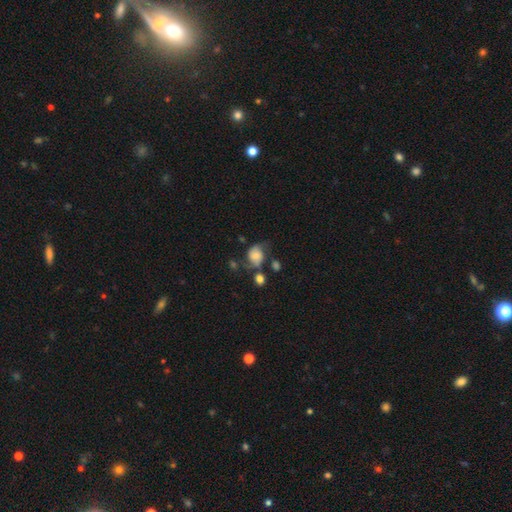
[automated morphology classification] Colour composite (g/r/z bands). It shows a featured or disk galaxy (46%). Merging: none (46%).